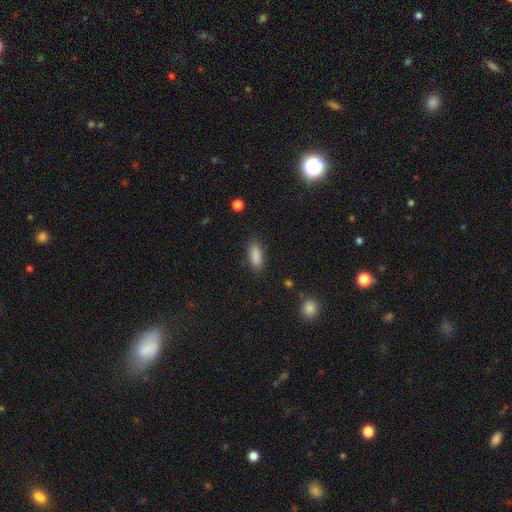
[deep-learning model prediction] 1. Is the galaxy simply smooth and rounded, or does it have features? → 88% smooth, 8% star or artifact, 4% featured or disk.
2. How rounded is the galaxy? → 82% in between, 15% cigar-shaped, 3% round.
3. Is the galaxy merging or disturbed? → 85% none, 11% minor disturbance, 3% major disturbance, 1% merger.